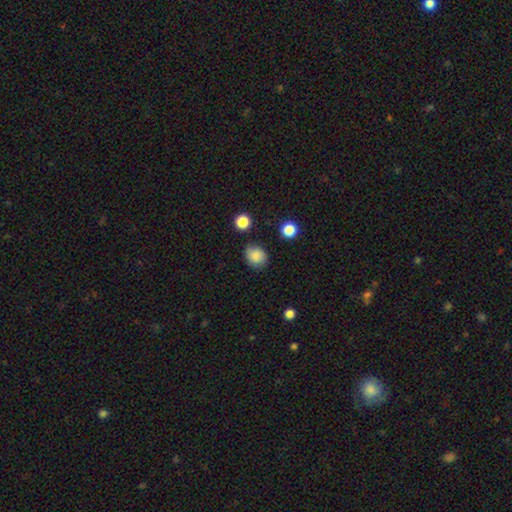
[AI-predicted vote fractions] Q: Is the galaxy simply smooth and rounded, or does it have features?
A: smooth — 84%.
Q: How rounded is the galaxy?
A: round — 64%.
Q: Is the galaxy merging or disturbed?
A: none — 77%.